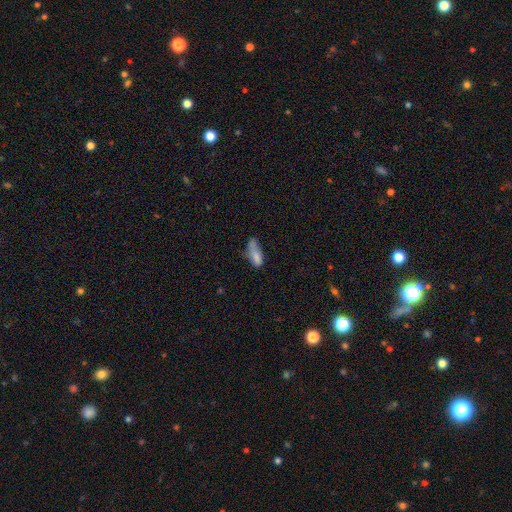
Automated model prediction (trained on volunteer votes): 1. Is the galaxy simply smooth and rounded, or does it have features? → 77% smooth, 14% featured or disk, 9% star or artifact.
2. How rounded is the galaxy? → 71% in between, 26% cigar-shaped, 3% round.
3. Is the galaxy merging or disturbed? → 35% minor disturbance, 30% none, 24% major disturbance, 11% merger.